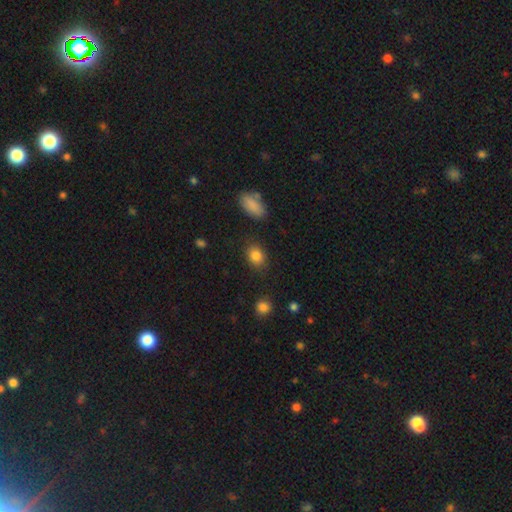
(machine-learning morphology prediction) Overall: smooth (85%). How rounded: in between (63%; round 35%). Merging: none (84%).